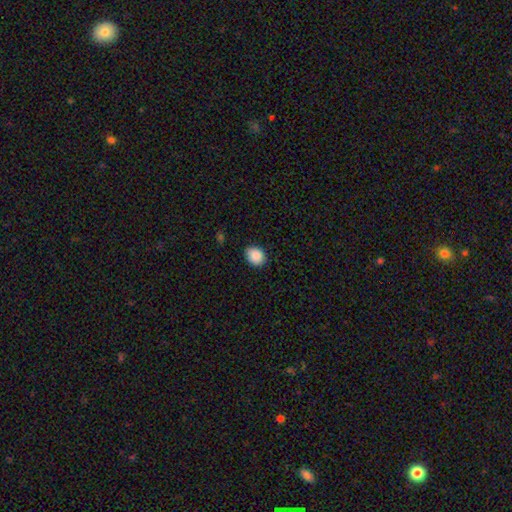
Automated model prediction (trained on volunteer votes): Morphology: type=smooth (89%); roundness=round (52%); merging=none (85%).